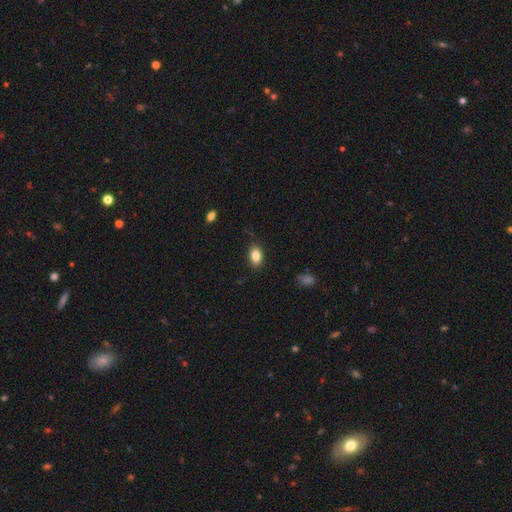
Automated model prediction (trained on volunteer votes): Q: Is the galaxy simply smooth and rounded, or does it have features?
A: smooth — 84%.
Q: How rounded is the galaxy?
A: in between — 85%.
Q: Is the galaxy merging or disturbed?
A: none — 86%.